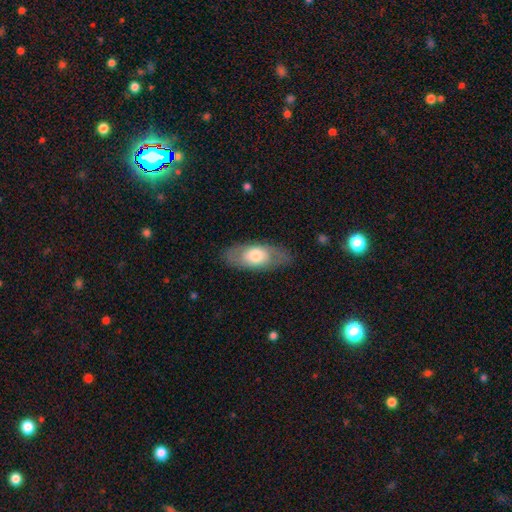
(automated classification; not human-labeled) smooth_or_featured: smooth (p=0.58) [alt: featured or disk p=0.36]
how_rounded: in between (p=0.86) [alt: cigar-shaped p=0.09]
merging: none (p=0.78) [alt: minor disturbance p=0.15]